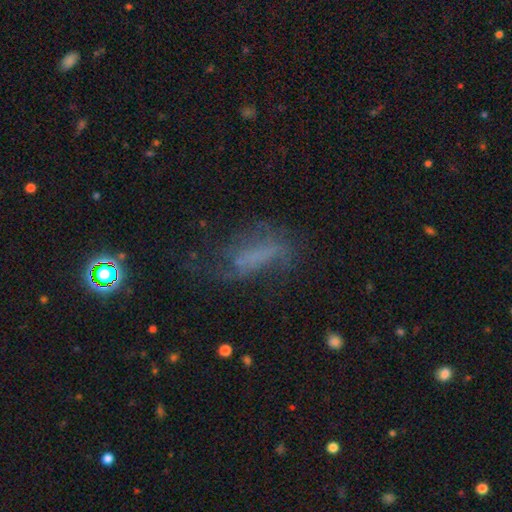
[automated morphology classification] smooth_or_featured: smooth (p=0.39) [alt: featured or disk p=0.38]
merging: none (p=0.41) [alt: major disturbance p=0.32]